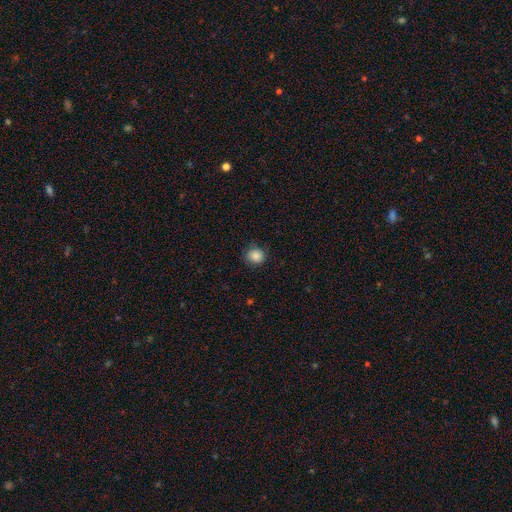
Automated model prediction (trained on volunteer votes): Smooth or featured?
  - smooth: 85% *
  - star or artifact: 10%
  - featured or disk: 5%
How rounded?
  - round: 87% *
  - in between: 12%
  - cigar-shaped: 1%
Merging?
  - none: 80% *
  - minor disturbance: 15%
  - major disturbance: 4%
  - merger: 1%